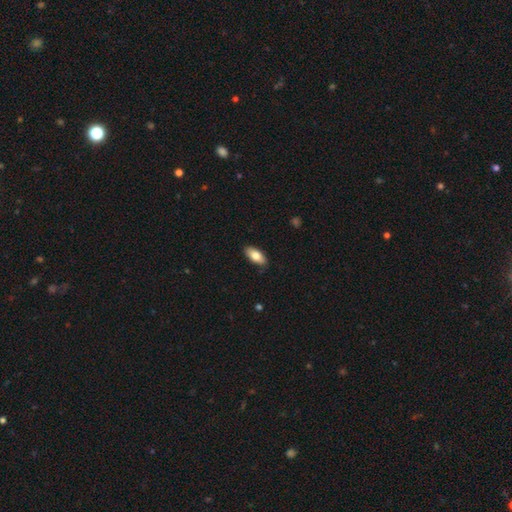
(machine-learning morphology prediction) Smooth or featured? Predicted: smooth (p=0.79). How rounded? Predicted: in between (p=0.89). Merging? Predicted: none (p=0.87).